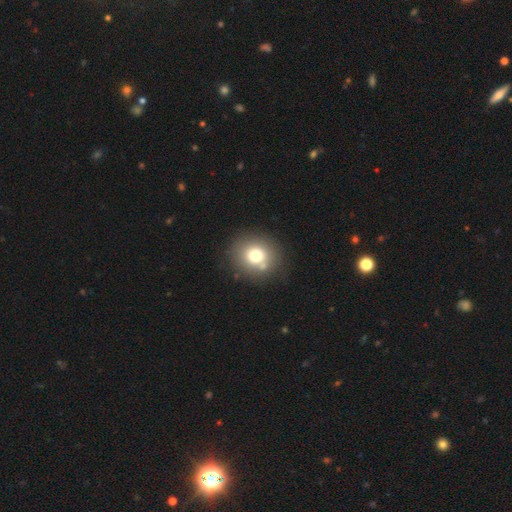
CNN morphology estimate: type=smooth (73%); roundness=round (83%); merging=none (78%).